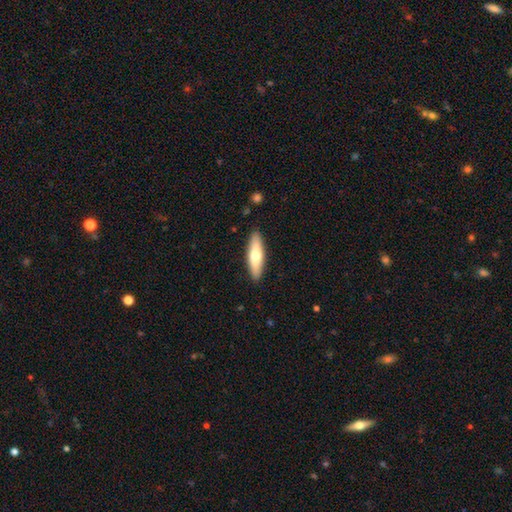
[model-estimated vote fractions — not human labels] Smooth or featured? smooth (63%)
How rounded? cigar-shaped (61%)
Merging? none (89%)